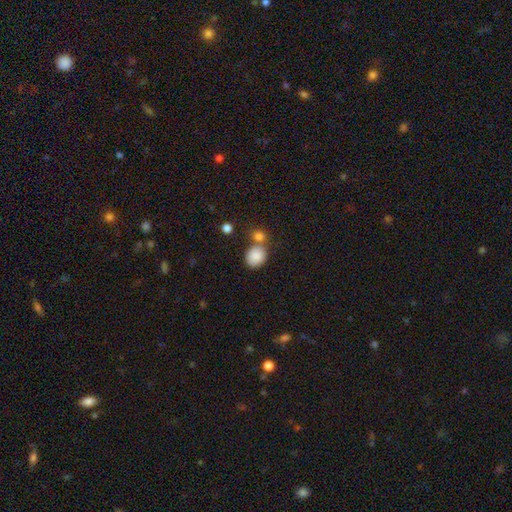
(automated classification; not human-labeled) A smooth galaxy with no disk features (86%) that is round (59%).

Vote fractions:
- Smooth or featured? smooth: 86% / star or artifact: 8% / featured or disk: 6%
- How rounded? round: 59% / in between: 40% / cigar-shaped: 1%
- Merging? none: 54% / merger: 30% / minor disturbance: 13% / major disturbance: 4%